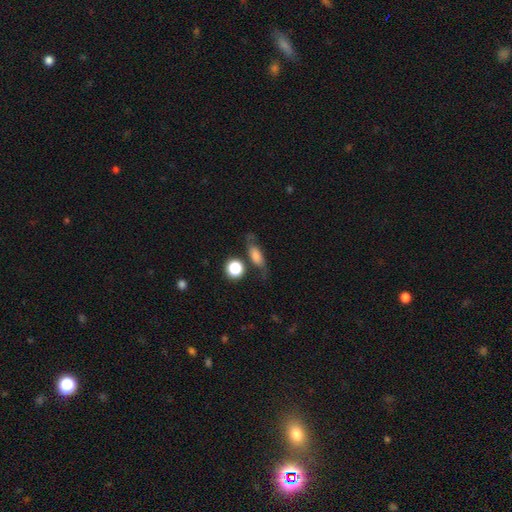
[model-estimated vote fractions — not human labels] Q: Smooth or featured?
A: smooth (56%); runner-up: featured or disk (32%)
Q: How rounded?
A: in between (61%); runner-up: cigar-shaped (20%)
Q: Merging?
A: none (58%); runner-up: minor disturbance (22%)